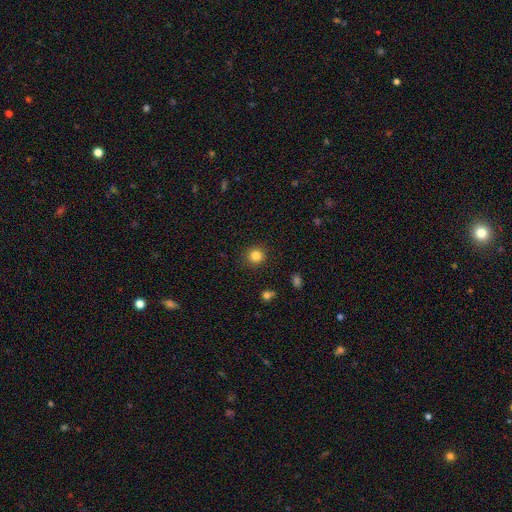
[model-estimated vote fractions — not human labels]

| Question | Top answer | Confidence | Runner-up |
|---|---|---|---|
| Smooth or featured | smooth | 84% | star or artifact (12%) |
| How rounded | round | 91% | in between (8%) |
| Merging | none | 90% | minor disturbance (6%) |